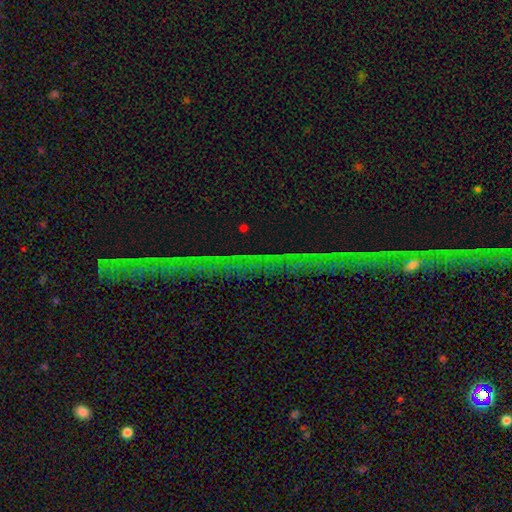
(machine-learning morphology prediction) smooth_or_featured: star or artifact (p=0.76) [alt: featured or disk p=0.13]